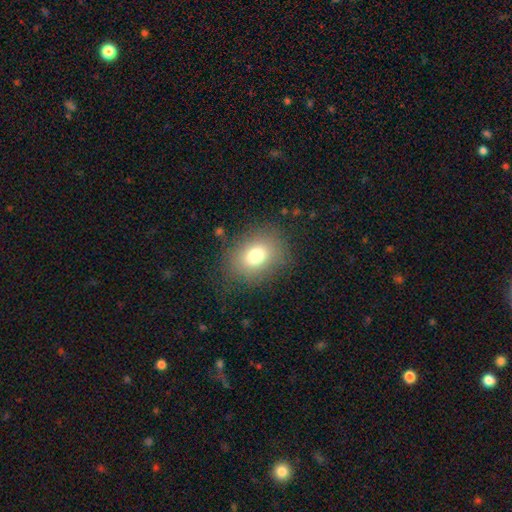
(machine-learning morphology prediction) type=smooth (76%); roundness=in between (53%); merging=none (81%).